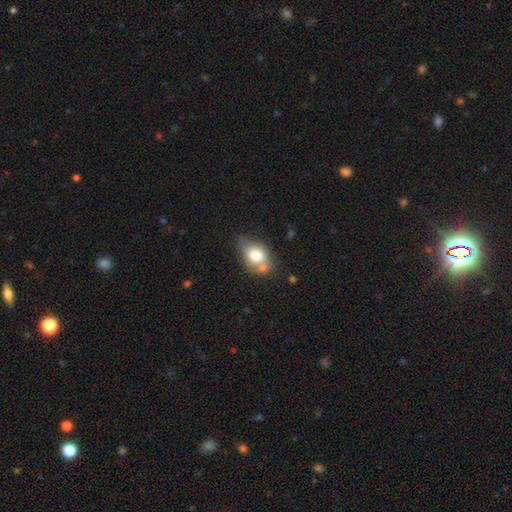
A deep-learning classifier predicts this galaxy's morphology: Smooth or featured? Predicted: smooth (p=0.74). How rounded? Predicted: in between (p=0.78). Merging? Predicted: none (p=0.44).